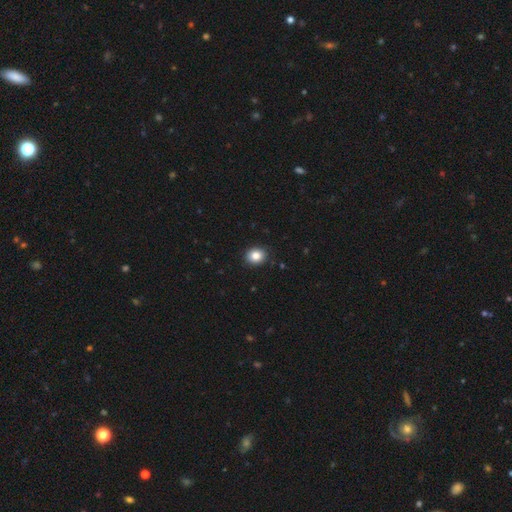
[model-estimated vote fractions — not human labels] Smooth or featured? smooth (84%)
How rounded? round (67%)
Merging? none (89%)